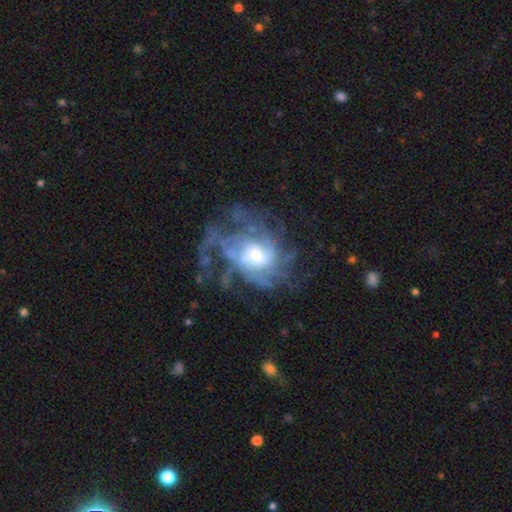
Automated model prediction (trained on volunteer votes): Smooth or featured? featured or disk (81%)
Edge-on disk? no (97%)
Bar? no (58%)
Spiral arms? yes (84%)
Spiral winding? medium (39%)
Spiral arm count? can't tell (44%)
Bulge size? moderate (49%)
Merging? none (41%)